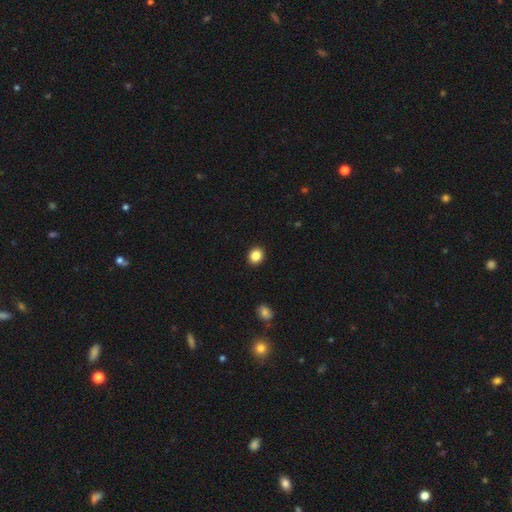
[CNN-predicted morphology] smooth_or_featured: smooth (p=0.86) [alt: star or artifact p=0.10]
how_rounded: round (p=0.76) [alt: in between p=0.23]
merging: none (p=0.92) [alt: minor disturbance p=0.05]